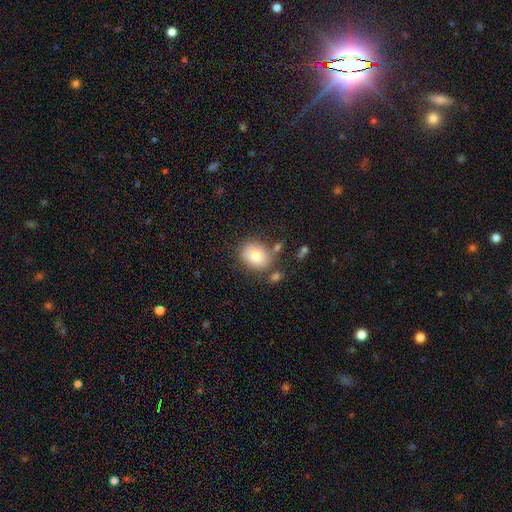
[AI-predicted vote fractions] A smooth galaxy with no disk features (78%) that is in between round and cigar-shaped (57%). Merging: none (71%).